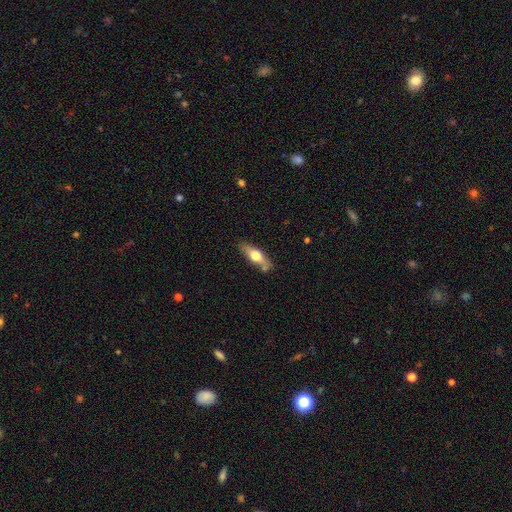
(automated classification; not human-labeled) smooth 49%, featured or disk 46%, star or artifact 6%. Down the decision tree: merging — none (74%).